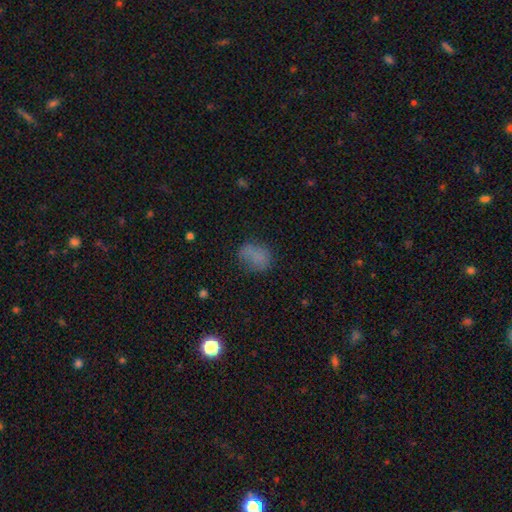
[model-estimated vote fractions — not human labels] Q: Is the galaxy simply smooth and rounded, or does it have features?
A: smooth — 72%.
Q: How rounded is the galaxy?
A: in between — 56%.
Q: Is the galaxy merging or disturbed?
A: none — 59%.